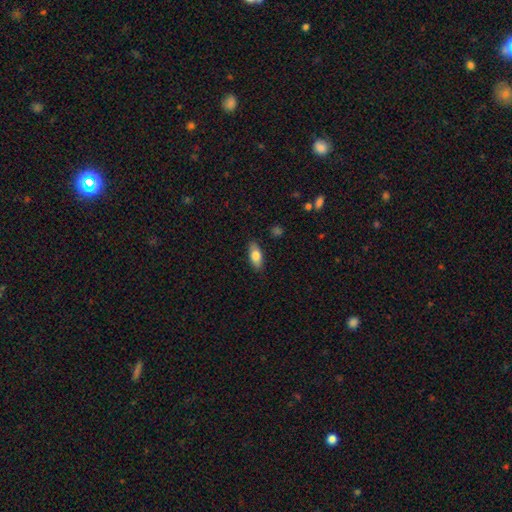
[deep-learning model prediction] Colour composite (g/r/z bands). It shows a smooth galaxy with no disk features (78%) that is in between round and cigar-shaped (83%). Merging: none (85%).